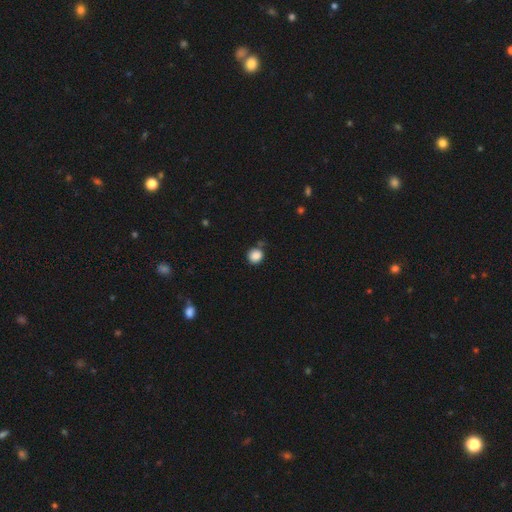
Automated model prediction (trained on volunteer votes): Q: Smooth or featured?
A: smooth (86%); runner-up: star or artifact (10%)
Q: How rounded?
A: round (85%); runner-up: in between (14%)
Q: Merging?
A: none (75%); runner-up: minor disturbance (15%)